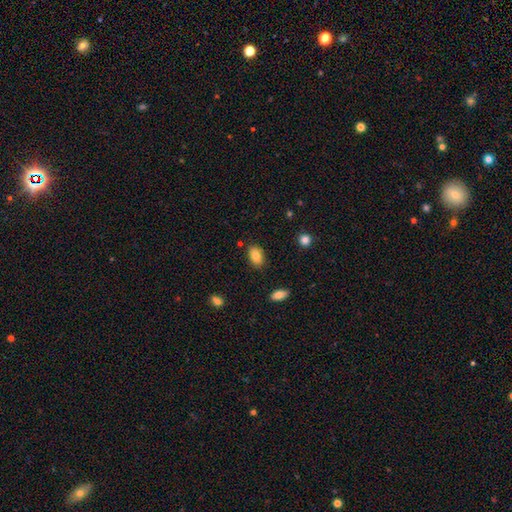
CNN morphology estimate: smooth 81%, featured or disk 11%, star or artifact 9%. Down the decision tree: how rounded — in between (90%); merging — none (82%).